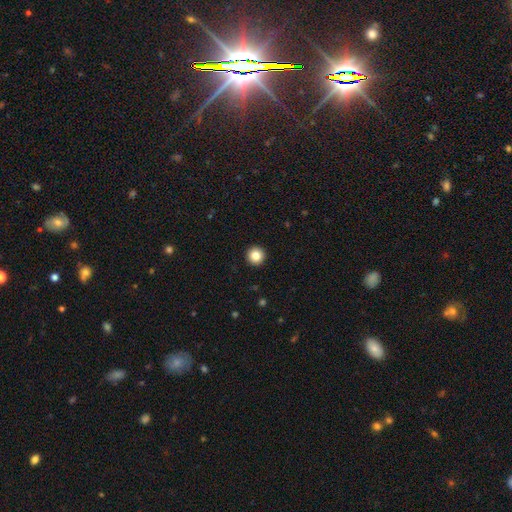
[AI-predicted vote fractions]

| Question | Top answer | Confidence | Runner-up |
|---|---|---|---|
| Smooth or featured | smooth | 84% | star or artifact (10%) |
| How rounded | round | 97% | in between (2%) |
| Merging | none | 94% | minor disturbance (3%) |